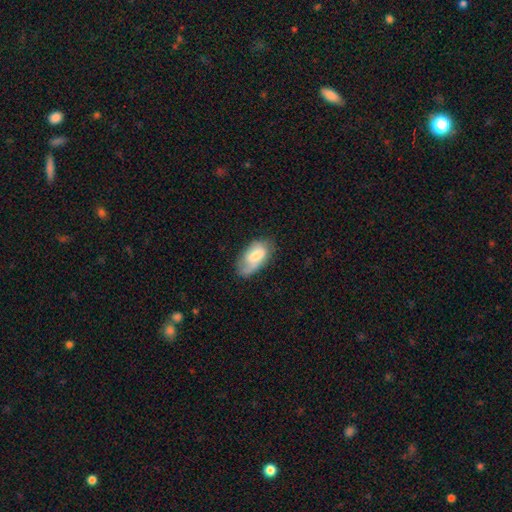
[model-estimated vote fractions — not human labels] A smooth galaxy with no disk features (64%) that is in between round and cigar-shaped (93%). Merging: none (56%).